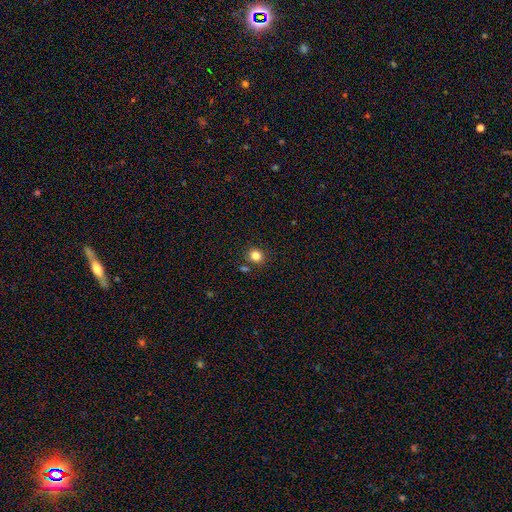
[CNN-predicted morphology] smooth_or_featured: smooth (p=0.82) [alt: star or artifact p=0.13]
how_rounded: round (p=0.81) [alt: in between p=0.18]
merging: none (p=0.84) [alt: minor disturbance p=0.08]